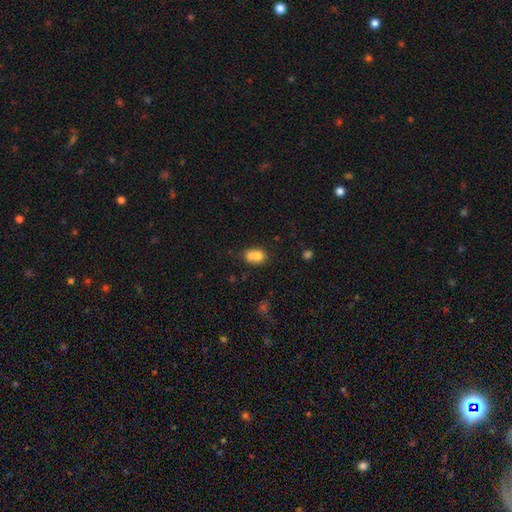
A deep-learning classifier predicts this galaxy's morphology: Q: Smooth or featured?
A: smooth (71%); runner-up: featured or disk (18%)
Q: How rounded?
A: round (61%); runner-up: in between (38%)
Q: Merging?
A: merger (65%); runner-up: none (25%)